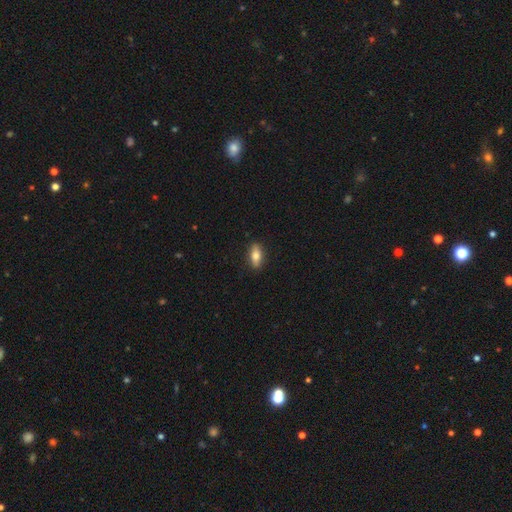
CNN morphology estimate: A smooth galaxy with no disk features (72%) that is in between round and cigar-shaped (76%). Merging: none (88%).